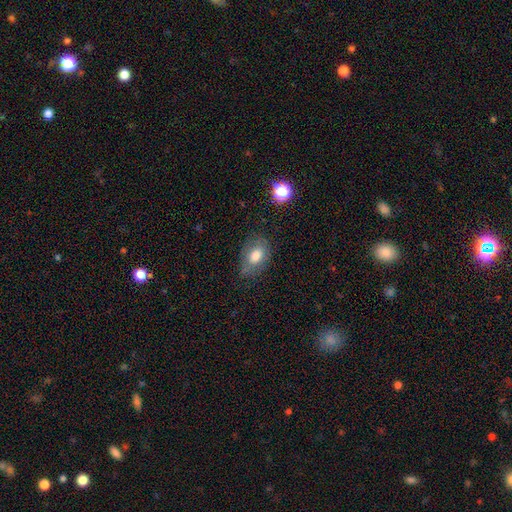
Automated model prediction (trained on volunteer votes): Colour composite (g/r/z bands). It shows a smooth galaxy with no disk features (71%) that is in between round and cigar-shaped (82%). Merging: none (65%).